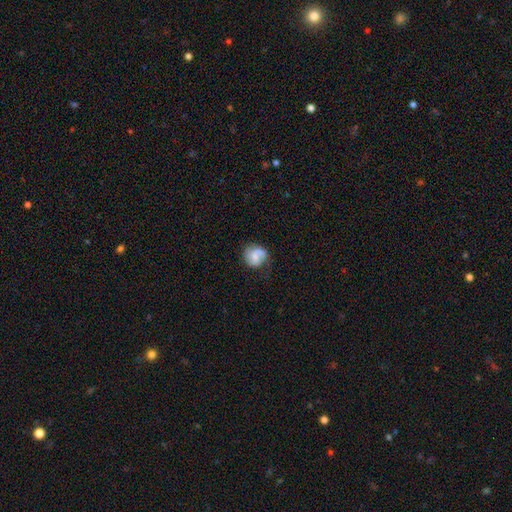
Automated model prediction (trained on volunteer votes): Smooth or featured: featured or disk — 47% (smooth — 46%)
Merging: none — 60% (minor disturbance — 26%)